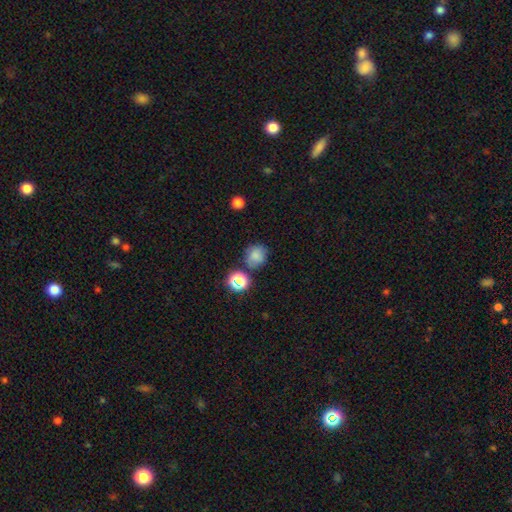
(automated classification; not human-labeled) Overall: smooth (76%). How rounded: round (80%). Merging: none (71%).